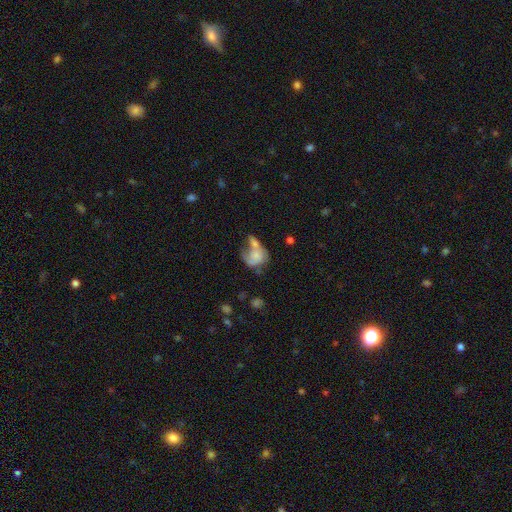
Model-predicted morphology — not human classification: Smooth or featured?
  - smooth: 52% *
  - featured or disk: 39%
  - star or artifact: 9%
How rounded?
  - in between: 51% *
  - round: 48%
  - cigar-shaped: 1%
Merging?
  - merger: 44% *
  - major disturbance: 22%
  - none: 19%
  - minor disturbance: 15%